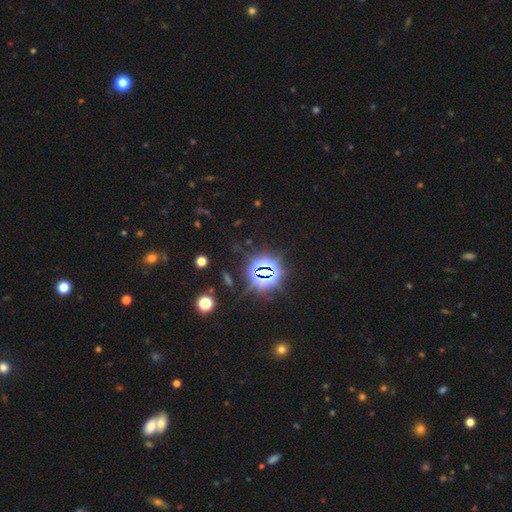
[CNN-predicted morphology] Smooth or featured? Predicted: star or artifact (p=0.82).